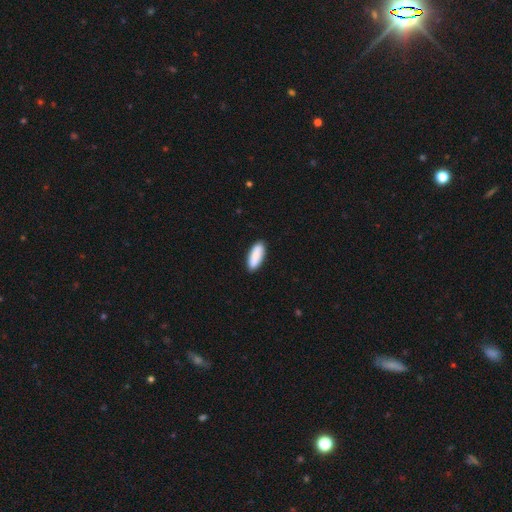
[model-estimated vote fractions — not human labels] The model was most divided on "how rounded": in between: 70%, cigar-shaped: 28%, round: 2%. More confident: merging — none (88%); smooth or featured — smooth (88%).